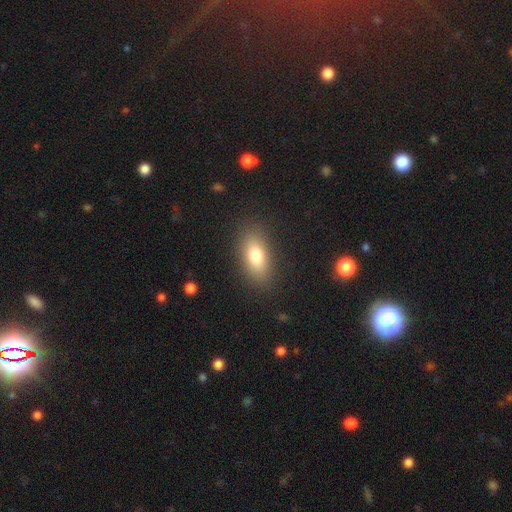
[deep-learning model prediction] smooth-or-featured: smooth: 79% | featured or disk: 12% | star or artifact: 9%
  how-rounded: in between: 85% | cigar-shaped: 9% | round: 6%
  merging: none: 86% | minor disturbance: 9% | major disturbance: 4% | merger: 1%